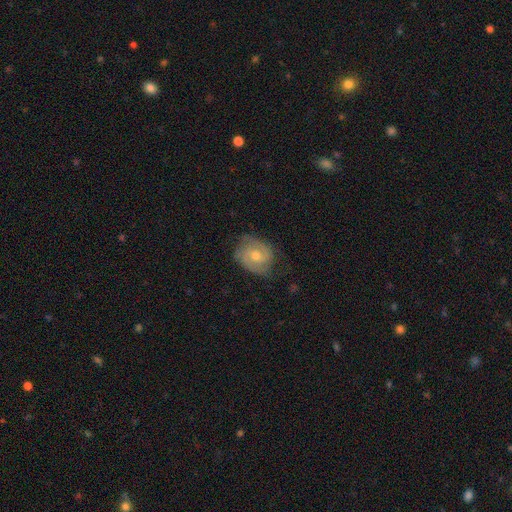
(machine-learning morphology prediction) smooth-or-featured: featured or disk: 79% | smooth: 14% | star or artifact: 7%
  disk-edge-on: no: 97% | yes: 3%
    bar: no: 61% | weak: 33% | strong: 6%
    has-spiral-arms: yes: 94% | no: 6%
      spiral-winding: tight: 51% | medium: 39% | loose: 10%
      spiral-arm-count: 2: 75% | can't tell: 11% | 3: 8% | 1: 2% | 4: 2% | more than 4: 2%
    bulge-size: moderate: 67% | small: 28% | large: 3% | none: 1% | dominant: 1%
  merging: none: 75% | minor disturbance: 19% | major disturbance: 5% | merger: 1%